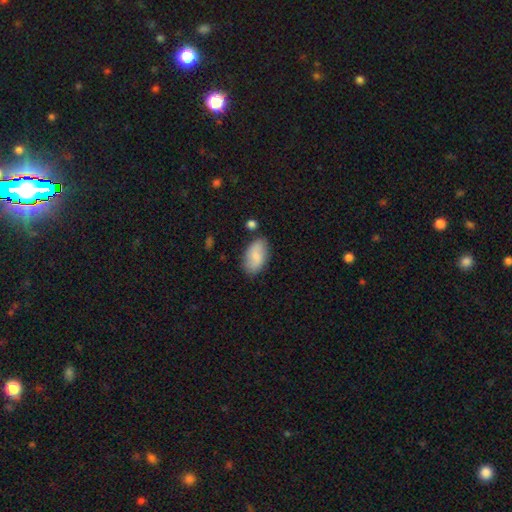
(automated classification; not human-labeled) A smooth galaxy with no disk features (77%) that is in between round and cigar-shaped (94%).

Vote fractions:
- Smooth or featured? smooth: 77% / featured or disk: 16% / star or artifact: 6%
- How rounded? in between: 94% / round: 4% / cigar-shaped: 2%
- Merging? none: 77% / minor disturbance: 16% / merger: 4% / major disturbance: 4%